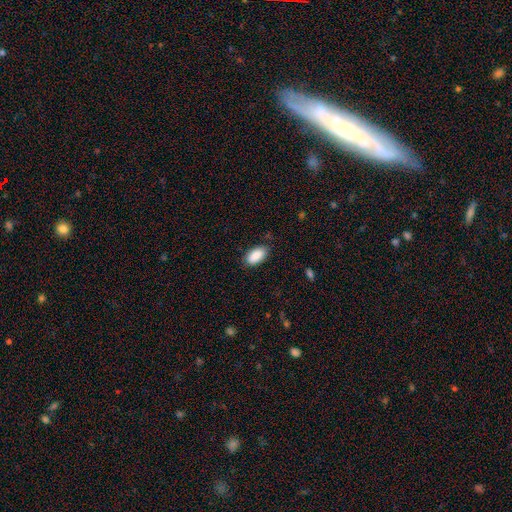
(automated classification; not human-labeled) Smooth or featured? Predicted: smooth (p=0.90). How rounded? Predicted: in between (p=0.94). Merging? Predicted: none (p=0.83).